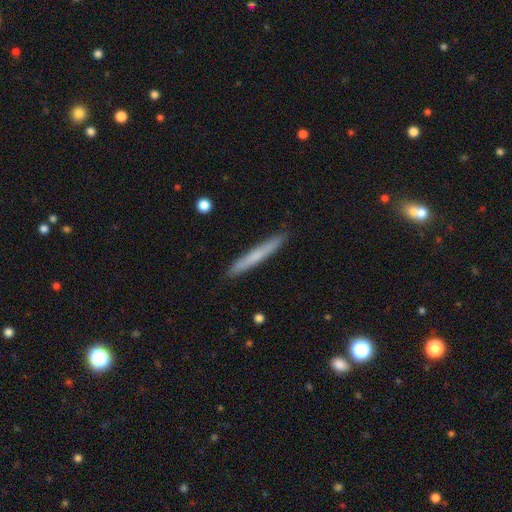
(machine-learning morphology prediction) This appears to be a smooth galaxy with no disk features (61%) that is cigar-shaped (97%). Merging: none (91%).